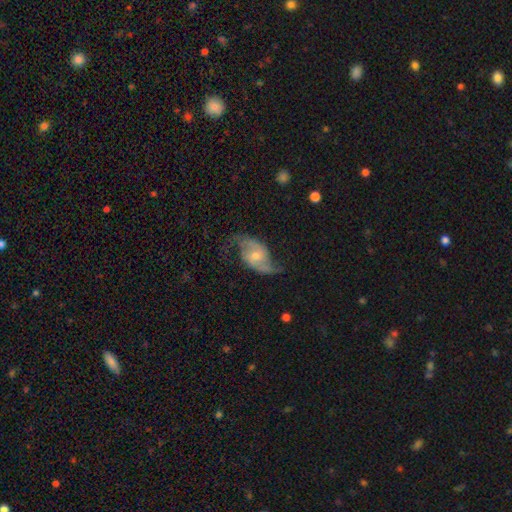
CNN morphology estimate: smooth-or-featured: featured or disk: 84% | smooth: 10% | star or artifact: 6%
  disk-edge-on: no: 96% | yes: 4%
    bar: no: 54% | weak: 36% | strong: 10%
    has-spiral-arms: yes: 95% | no: 5%
      spiral-winding: loose: 60% | medium: 31% | tight: 9%
      spiral-arm-count: 2: 92% | can't tell: 3% | 1: 2% | 3: 1% | 4: 1% | more than 4: 1%
    bulge-size: small: 48% | moderate: 44% | large: 3% | none: 3% | dominant: 1%
  merging: none: 70% | minor disturbance: 18% | major disturbance: 11% | merger: 2%